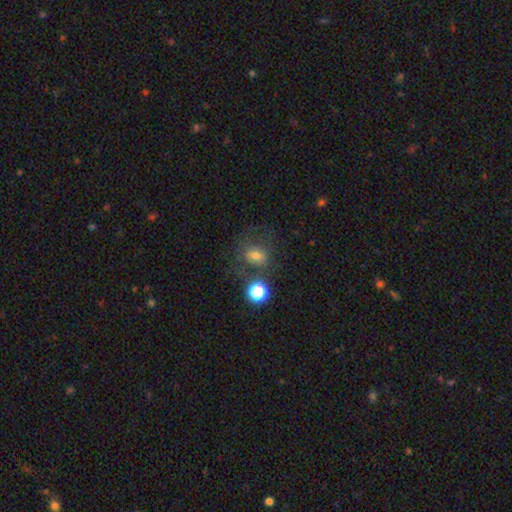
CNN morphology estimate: Q: Smooth or featured?
A: smooth (65%); runner-up: star or artifact (18%)
Q: How rounded?
A: round (57%); runner-up: in between (42%)
Q: Merging?
A: none (55%); runner-up: minor disturbance (17%)